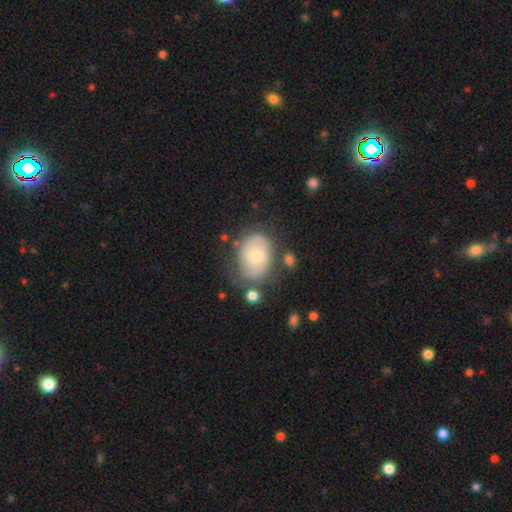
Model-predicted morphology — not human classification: This is possibly a featured or disk galaxy (48%). Merging: possibly none (57%).